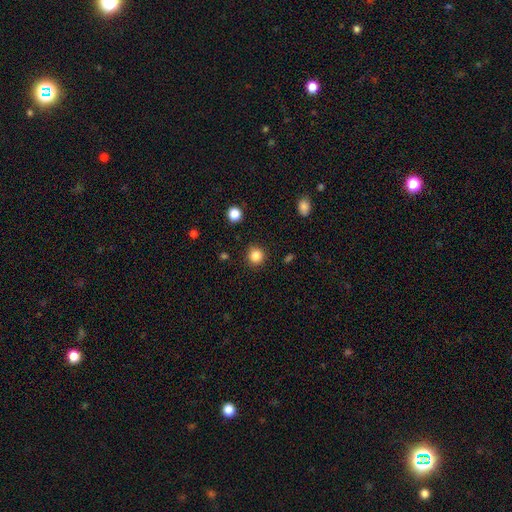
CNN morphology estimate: smooth 84%, star or artifact 11%, featured or disk 4%. Down the decision tree: how rounded — round (93%); merging — none (90%).